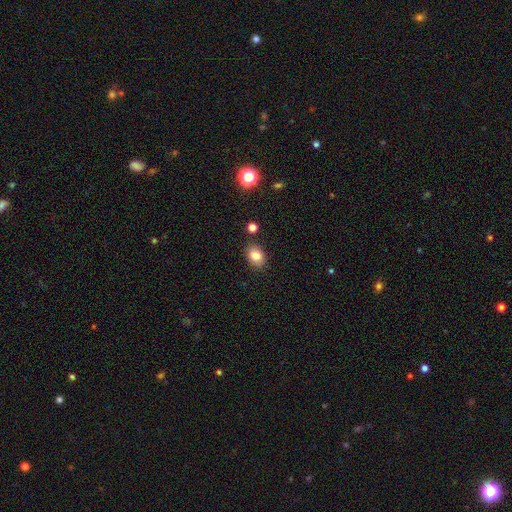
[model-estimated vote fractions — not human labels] This appears to be a smooth galaxy with no disk features (83%) that is in between round and cigar-shaped (74%). Merging: none (84%).